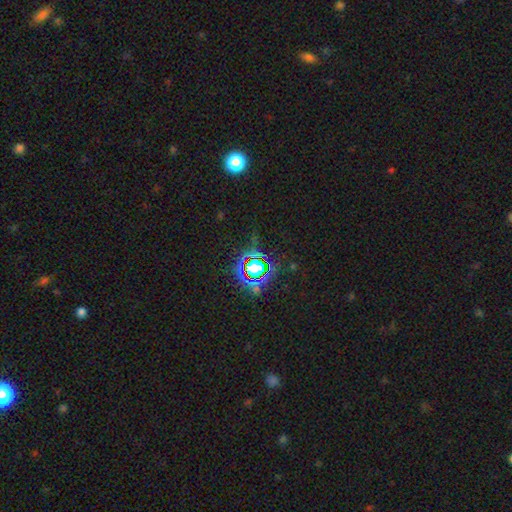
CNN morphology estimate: The model was most divided on "smooth or featured": star or artifact: 79%, smooth: 12%, featured or disk: 8%.